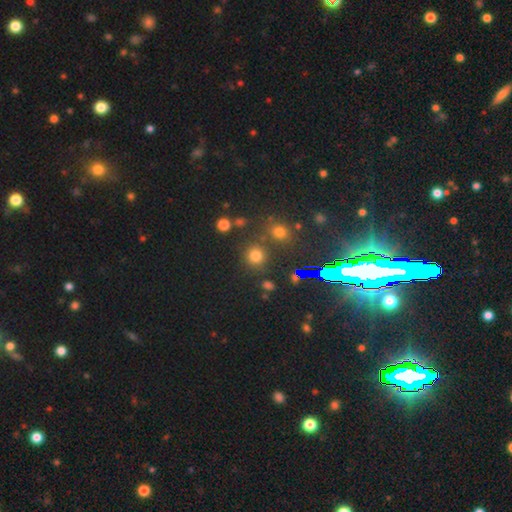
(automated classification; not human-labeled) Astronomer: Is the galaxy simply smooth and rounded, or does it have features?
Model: smooth — 69%.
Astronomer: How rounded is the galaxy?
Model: round — 89%.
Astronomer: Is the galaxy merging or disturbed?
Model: none — 77%.